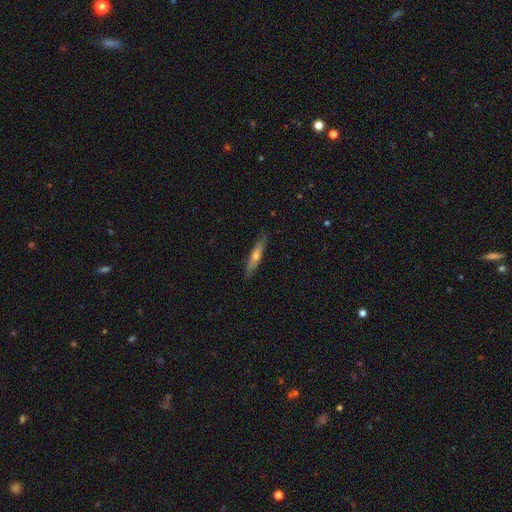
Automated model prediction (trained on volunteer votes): The model was most divided on "smooth or featured": smooth: 52%, featured or disk: 42%, star or artifact: 6%. More confident: how rounded — cigar-shaped (87%); merging — none (85%).